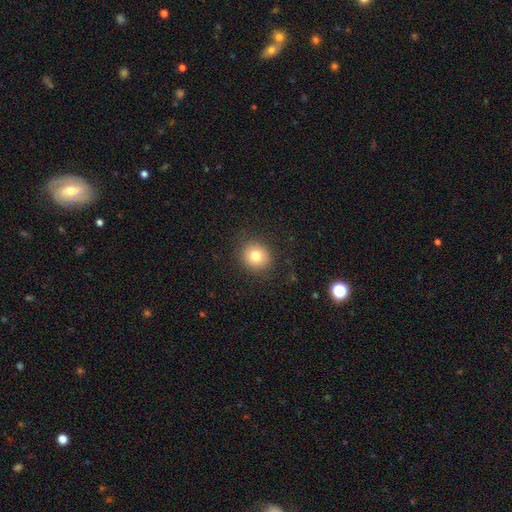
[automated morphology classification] A smooth galaxy with no disk features (79%) that is round (86%). Merging: none (88%).